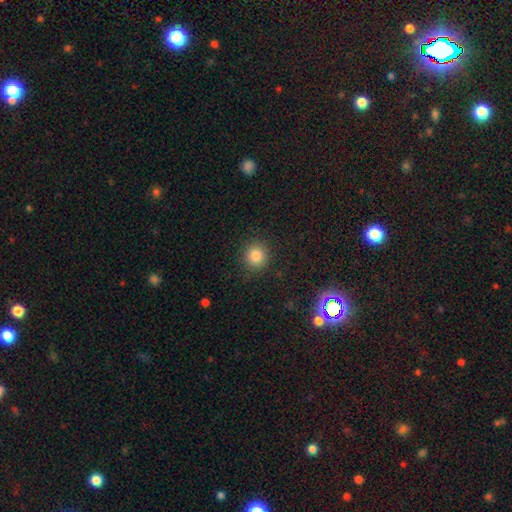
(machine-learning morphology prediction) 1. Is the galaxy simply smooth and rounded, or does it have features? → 84% smooth, 11% star or artifact, 5% featured or disk.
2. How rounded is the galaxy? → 91% round, 8% in between, 1% cigar-shaped.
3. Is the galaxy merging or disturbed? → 89% none, 7% minor disturbance, 3% major disturbance, 1% merger.